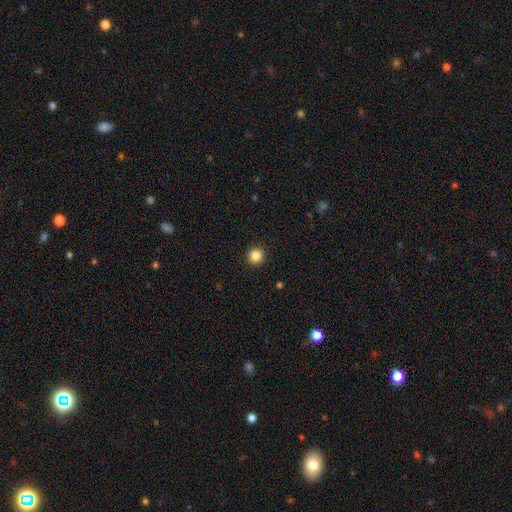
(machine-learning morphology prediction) Smooth or featured? smooth (85%)
How rounded? round (94%)
Merging? none (93%)